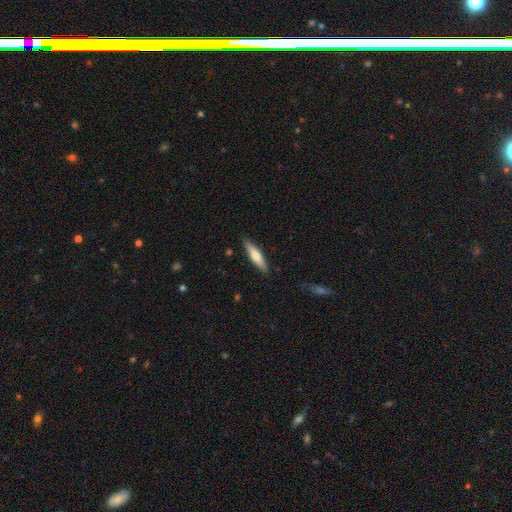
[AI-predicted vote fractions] Smooth or featured?
  - smooth: 57% *
  - featured or disk: 37%
  - star or artifact: 5%
How rounded?
  - cigar-shaped: 80% *
  - in between: 19%
  - round: 2%
Merging?
  - none: 89% *
  - minor disturbance: 9%
  - major disturbance: 2%
  - merger: 1%